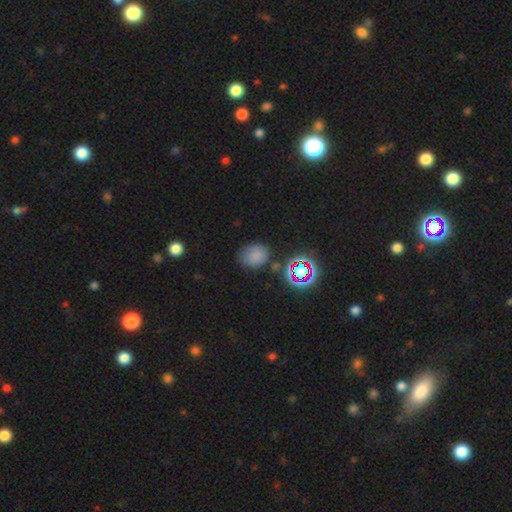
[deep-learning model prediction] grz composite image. It shows a smooth galaxy with no disk features (71%) that is round (55%). Merging: none (73%).